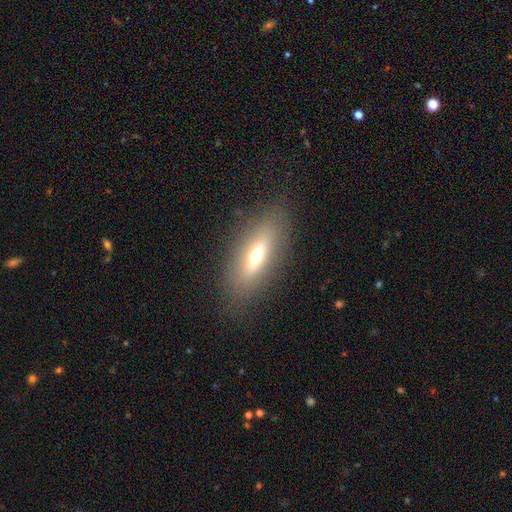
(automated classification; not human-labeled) This appears to be a smooth galaxy with no disk features (51%) that is in between round and cigar-shaped (53%). Merging: none (85%).